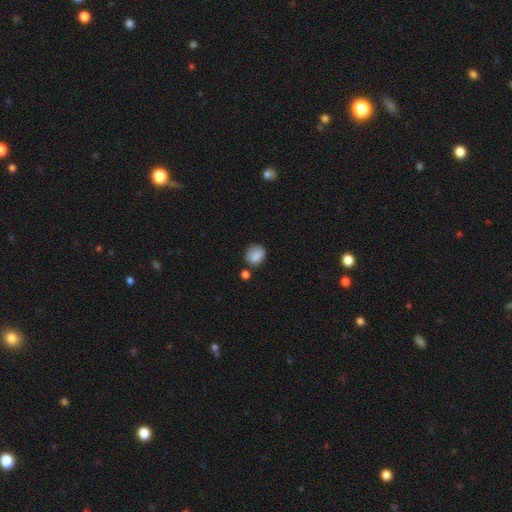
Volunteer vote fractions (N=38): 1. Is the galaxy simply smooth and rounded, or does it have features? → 84% smooth, 11% featured or disk, 5% star or artifact.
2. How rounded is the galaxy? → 56% round, 41% in between, 3% cigar-shaped.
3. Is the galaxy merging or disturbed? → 81% none, 11% minor disturbance, 6% major disturbance, 3% merger.